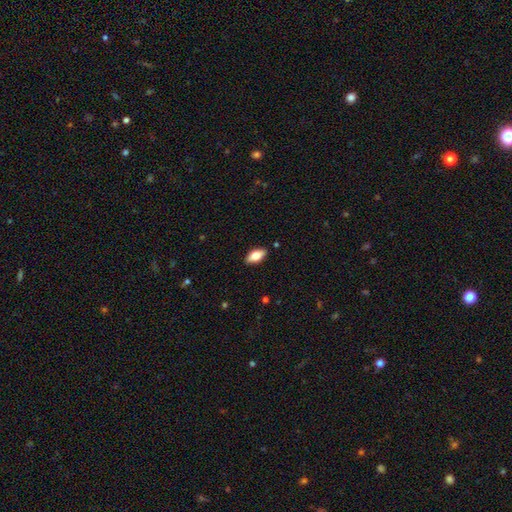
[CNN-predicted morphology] Smooth or featured?
  - smooth: 72% *
  - featured or disk: 21%
  - star or artifact: 7%
How rounded?
  - in between: 88% *
  - cigar-shaped: 9%
  - round: 3%
Merging?
  - none: 88% *
  - minor disturbance: 9%
  - major disturbance: 2%
  - merger: 1%